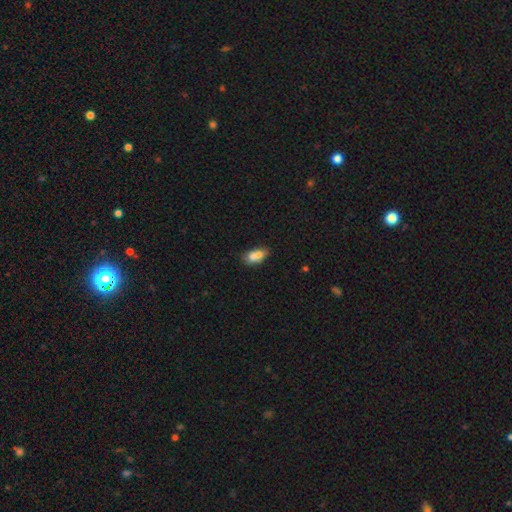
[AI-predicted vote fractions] Smooth or featured: smooth — 69% (featured or disk — 22%)
How rounded: in between — 75% (round — 19%)
Merging: merger — 53% (none — 31%)